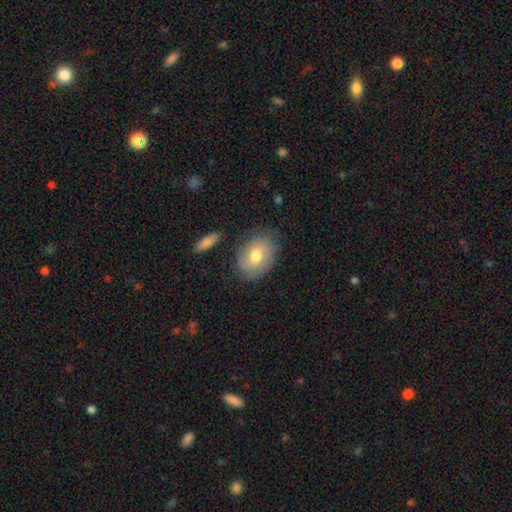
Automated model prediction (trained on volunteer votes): Q: Smooth or featured?
A: smooth (69%); runner-up: featured or disk (23%)
Q: How rounded?
A: in between (72%); runner-up: round (27%)
Q: Merging?
A: none (77%); runner-up: minor disturbance (16%)